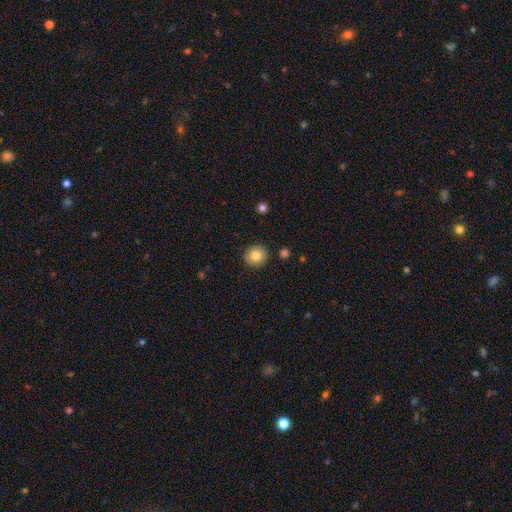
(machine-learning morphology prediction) Q: Smooth or featured?
A: smooth (82%); runner-up: star or artifact (9%)
Q: How rounded?
A: round (91%); runner-up: in between (8%)
Q: Merging?
A: none (90%); runner-up: minor disturbance (7%)